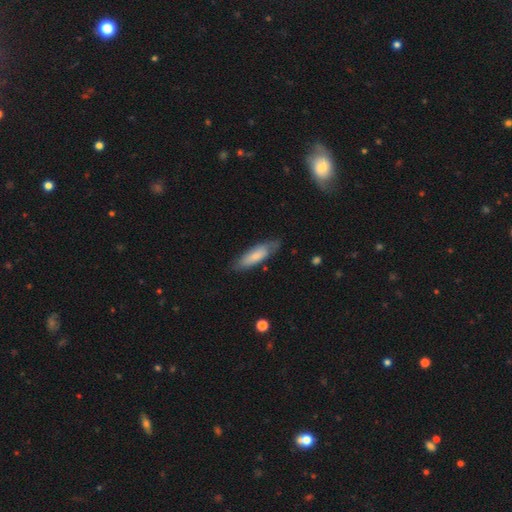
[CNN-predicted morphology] This appears to be a smooth galaxy with no disk features (70%) that is in between round and cigar-shaped (50%). Merging: none (71%).